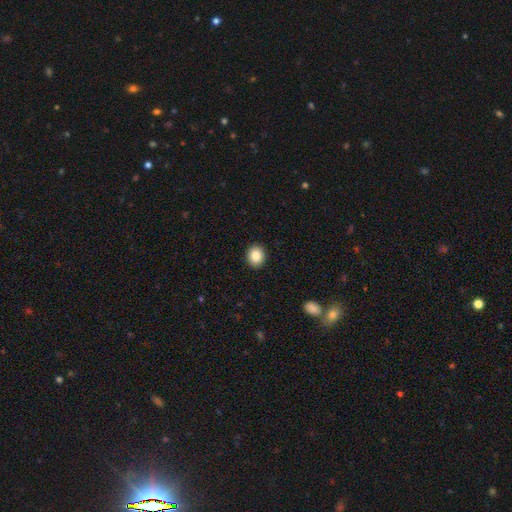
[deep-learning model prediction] The model was most divided on "how rounded": round: 73%, in between: 26%, cigar-shaped: 1%. More confident: merging — none (92%); smooth or featured — smooth (86%).